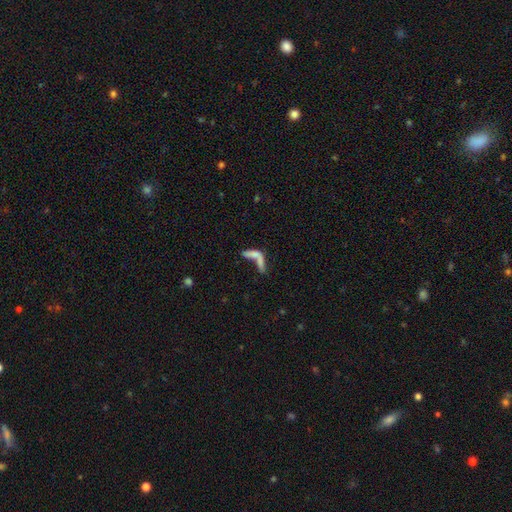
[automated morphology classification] type=smooth (59%); roundness=cigar-shaped (55%); merging=merger (58%).